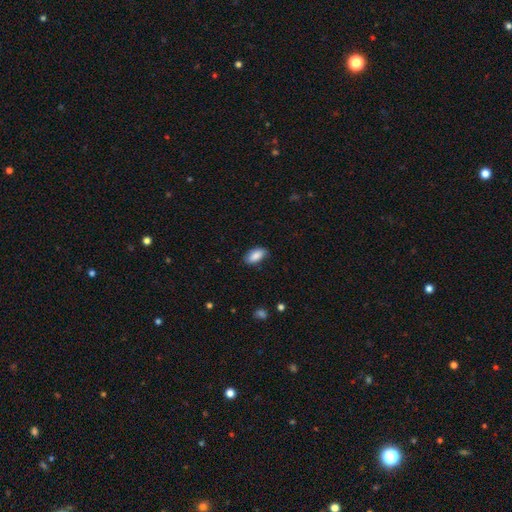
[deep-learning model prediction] smooth 88%, star or artifact 6%, featured or disk 6%. Down the decision tree: how rounded — in between (92%); merging — none (83%).